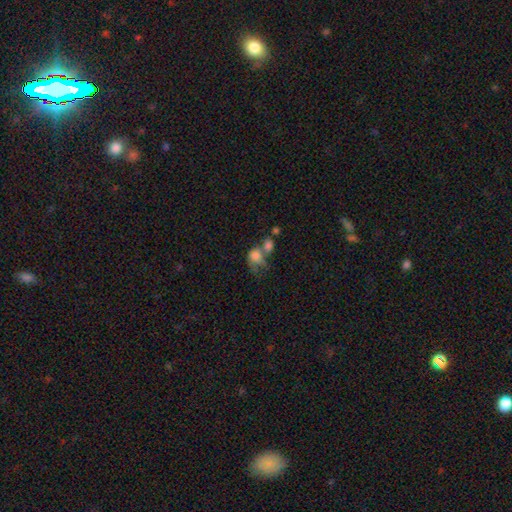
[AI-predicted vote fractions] Overall: smooth (71%). How rounded: in between (51%; round 48%). Merging: merger (55%; none 17%).